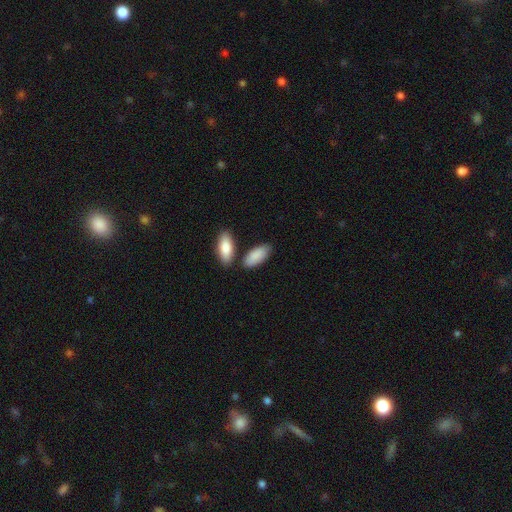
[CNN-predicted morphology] smooth_or_featured: smooth (p=0.88) [alt: featured or disk p=0.07]
how_rounded: in between (p=0.87) [alt: cigar-shaped p=0.10]
merging: none (p=0.70) [alt: minor disturbance p=0.15]